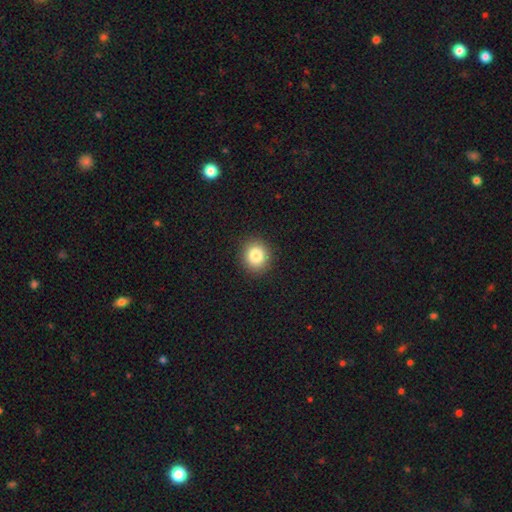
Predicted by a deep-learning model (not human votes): smooth-or-featured: smooth: 84% | star or artifact: 10% | featured or disk: 6%
  how-rounded: round: 84% | in between: 15% | cigar-shaped: 1%
  merging: none: 91% | minor disturbance: 6% | major disturbance: 2% | merger: 1%